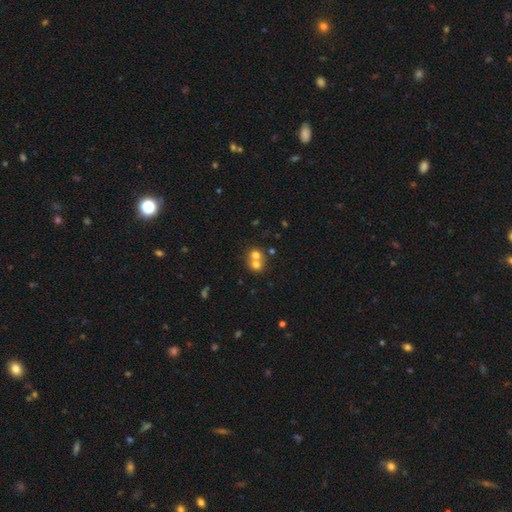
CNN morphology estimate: A smooth galaxy with no disk features (68%) that is round (77%). Merging: merger (64%).